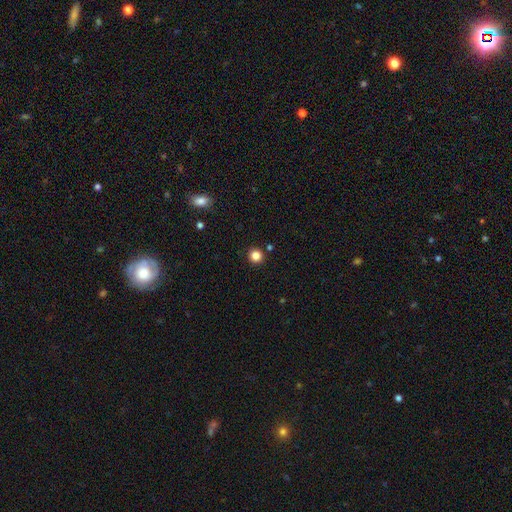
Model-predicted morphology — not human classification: smooth-or-featured: smooth: 84% | star or artifact: 12% | featured or disk: 4%
  how-rounded: round: 95% | in between: 4% | cigar-shaped: 1%
  merging: none: 91% | minor disturbance: 5% | merger: 3% | major disturbance: 2%